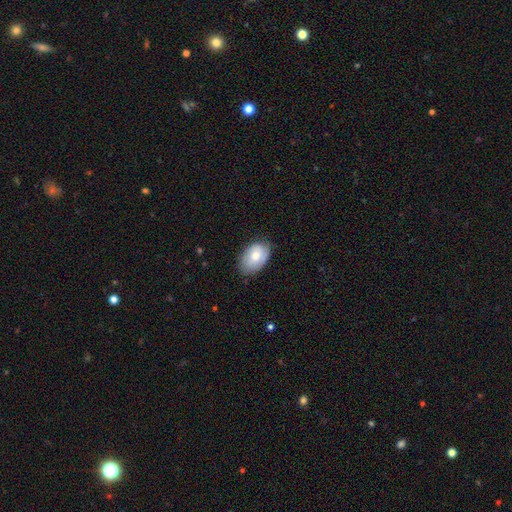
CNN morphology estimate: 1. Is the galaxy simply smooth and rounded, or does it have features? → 74% smooth, 19% featured or disk, 6% star or artifact.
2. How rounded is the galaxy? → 90% in between, 9% round, 1% cigar-shaped.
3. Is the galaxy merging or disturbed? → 74% none, 21% minor disturbance, 3% major disturbance, 1% merger.